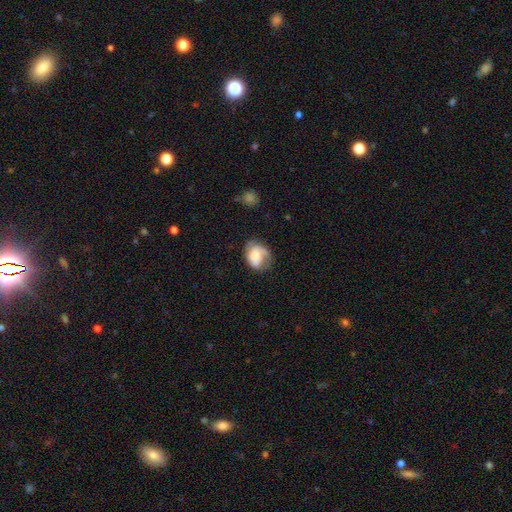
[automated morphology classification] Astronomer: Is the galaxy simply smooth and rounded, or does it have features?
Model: smooth — 51% (runner-up: featured or disk, 41%).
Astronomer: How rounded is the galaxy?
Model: in between — 59% (runner-up: round, 40%).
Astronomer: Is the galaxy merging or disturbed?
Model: none — 49% (runner-up: minor disturbance, 30%).